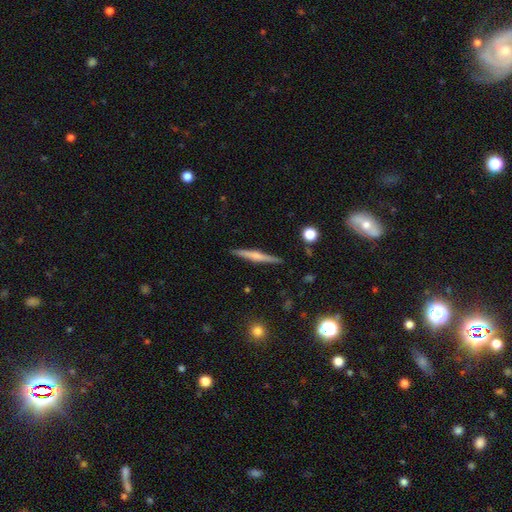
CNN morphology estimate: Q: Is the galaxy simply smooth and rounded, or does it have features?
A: featured or disk — 59%.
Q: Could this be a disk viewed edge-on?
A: yes — 98%.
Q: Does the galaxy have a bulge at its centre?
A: rounded — 59%.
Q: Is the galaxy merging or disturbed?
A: none — 90%.